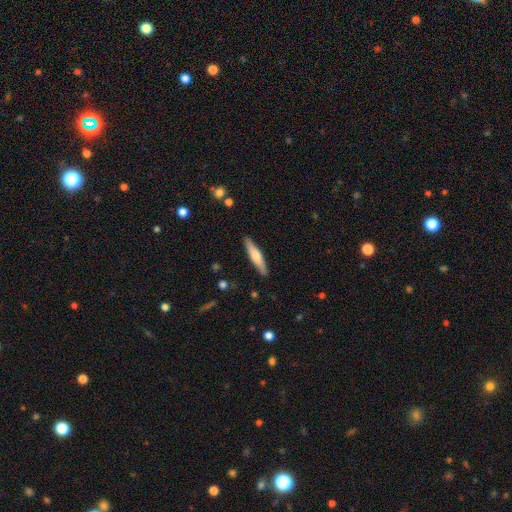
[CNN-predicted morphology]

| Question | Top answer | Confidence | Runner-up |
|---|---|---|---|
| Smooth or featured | smooth | 58% | featured or disk (37%) |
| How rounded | cigar-shaped | 86% | in between (12%) |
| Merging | none | 89% | minor disturbance (8%) |